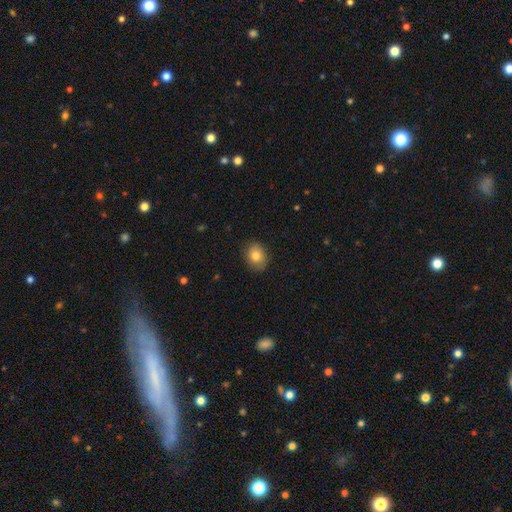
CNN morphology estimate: Smooth or featured?
  - smooth: 80% *
  - featured or disk: 12%
  - star or artifact: 8%
How rounded?
  - in between: 56% *
  - round: 43%
  - cigar-shaped: 1%
Merging?
  - none: 84% *
  - minor disturbance: 13%
  - major disturbance: 3%
  - merger: 1%